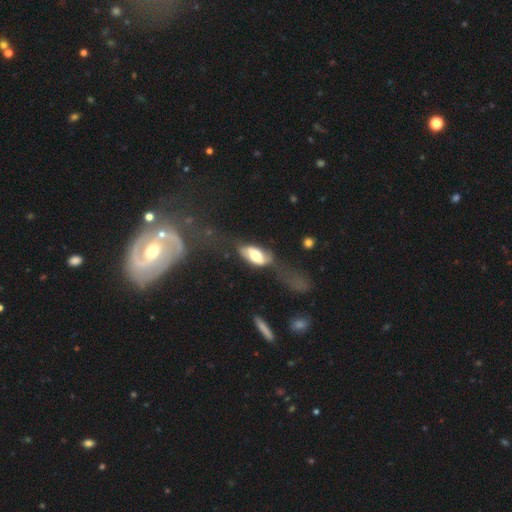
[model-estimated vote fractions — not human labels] smooth-or-featured: featured or disk: 47% | smooth: 46% | star or artifact: 7%
  merging: major disturbance: 40% | none: 30% | minor disturbance: 22% | merger: 8%